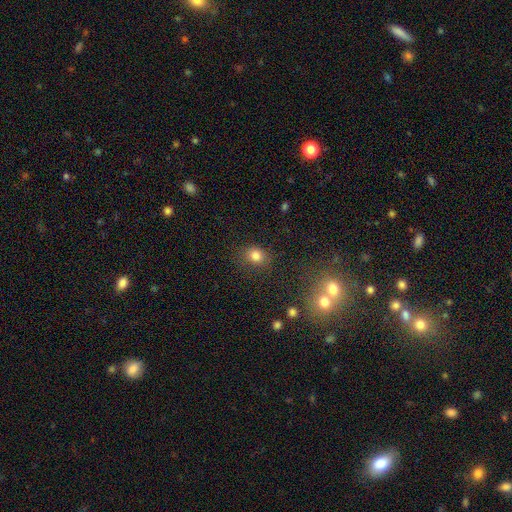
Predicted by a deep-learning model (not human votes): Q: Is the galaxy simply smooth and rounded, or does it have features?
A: smooth — 80%.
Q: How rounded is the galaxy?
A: round — 66%.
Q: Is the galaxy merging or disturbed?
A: none — 81%.